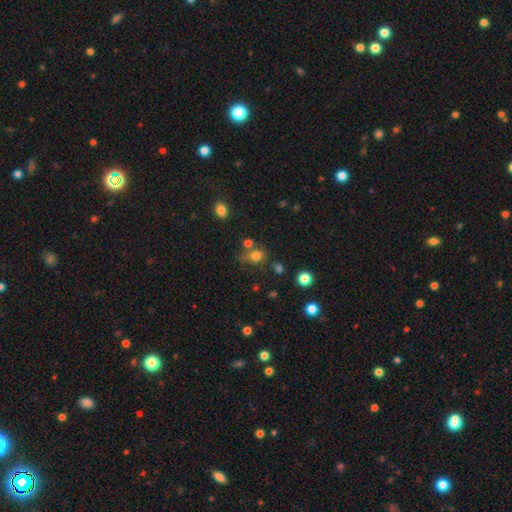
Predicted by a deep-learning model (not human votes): This is likely a smooth galaxy (76%). How rounded: possibly round (59%). Merging: possibly none (54%).